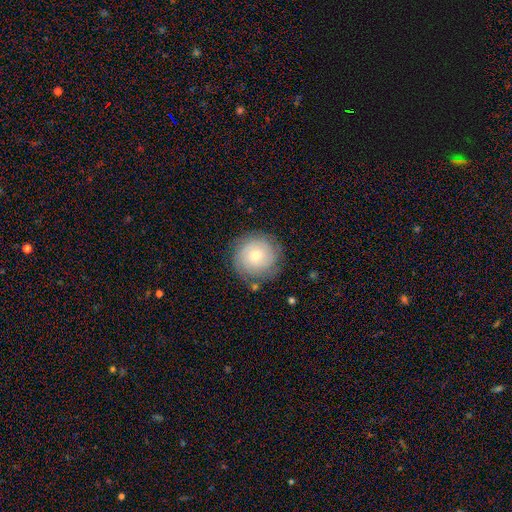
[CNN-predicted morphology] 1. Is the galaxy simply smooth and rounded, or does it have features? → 48% smooth, 43% featured or disk, 9% star or artifact.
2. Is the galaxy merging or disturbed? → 82% none, 12% minor disturbance, 4% major disturbance, 2% merger.